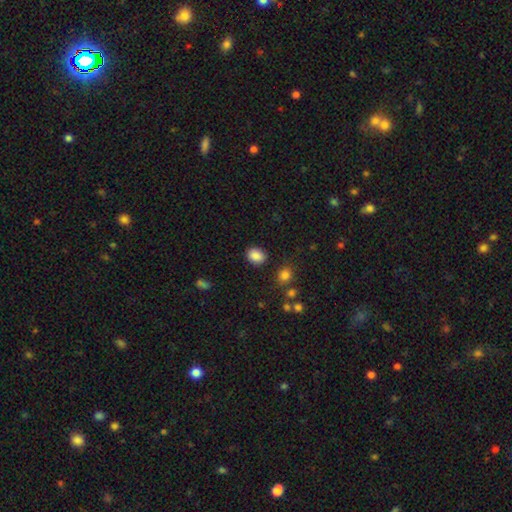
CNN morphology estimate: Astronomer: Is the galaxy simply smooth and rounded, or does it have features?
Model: smooth — 87%.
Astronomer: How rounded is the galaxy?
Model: in between — 51% (runner-up: round, 48%).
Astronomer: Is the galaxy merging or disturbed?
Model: none — 87%.